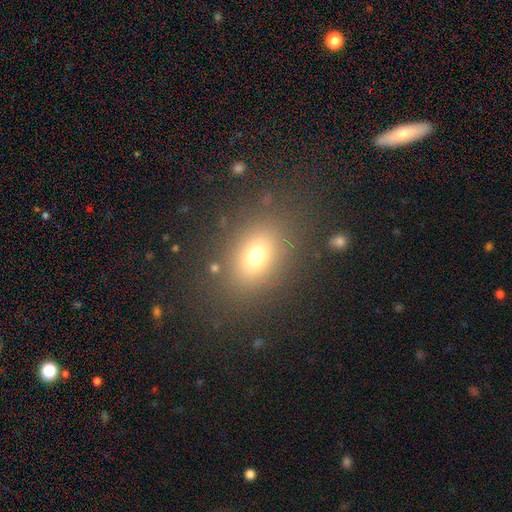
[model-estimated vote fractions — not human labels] Morphology: type=smooth (71%); roundness=in between (63%); merging=none (82%).